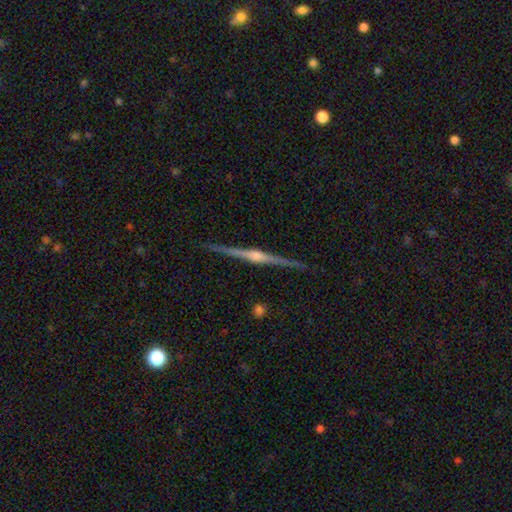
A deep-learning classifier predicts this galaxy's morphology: Smooth or featured? Predicted: featured or disk (p=0.89). Edge-on disk? Predicted: yes (p=0.99). Edge-on bulge? Predicted: rounded (p=0.87). Merging? Predicted: none (p=0.92).